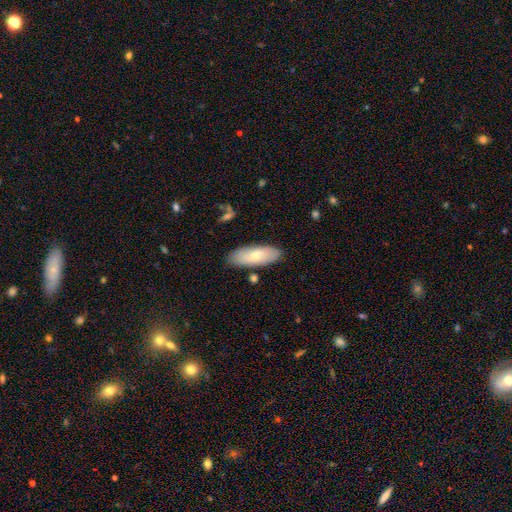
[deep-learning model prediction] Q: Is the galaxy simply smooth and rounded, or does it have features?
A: smooth — 71%.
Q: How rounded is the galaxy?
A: in between — 69%.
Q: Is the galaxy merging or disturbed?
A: none — 83%.